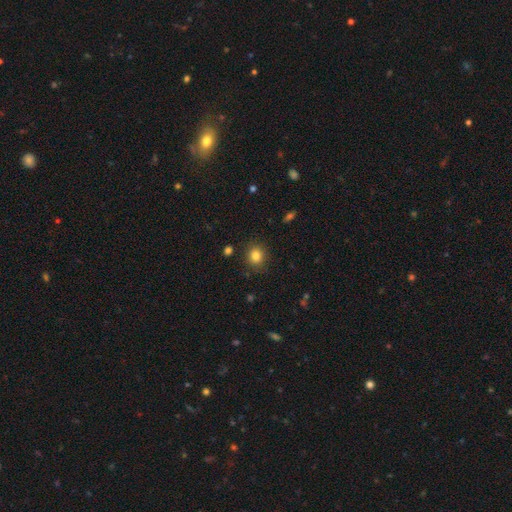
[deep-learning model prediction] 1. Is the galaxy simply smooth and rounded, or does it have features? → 82% smooth, 12% star or artifact, 6% featured or disk.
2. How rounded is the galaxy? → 80% round, 19% in between, 1% cigar-shaped.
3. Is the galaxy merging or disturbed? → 88% none, 8% minor disturbance, 3% major disturbance, 2% merger.